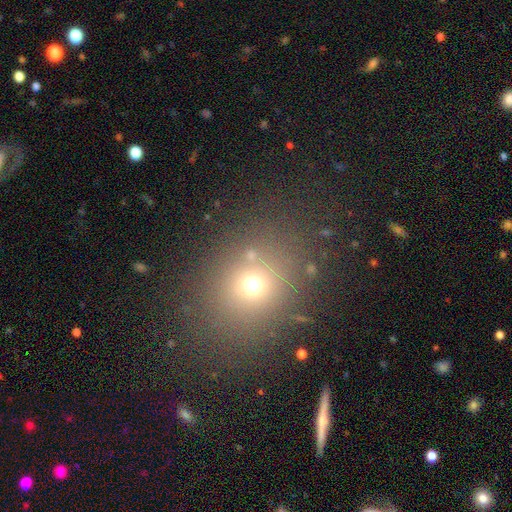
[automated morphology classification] Overall: smooth (63%; star or artifact 26%). How rounded: round (61%; in between 38%). Merging: none (81%).